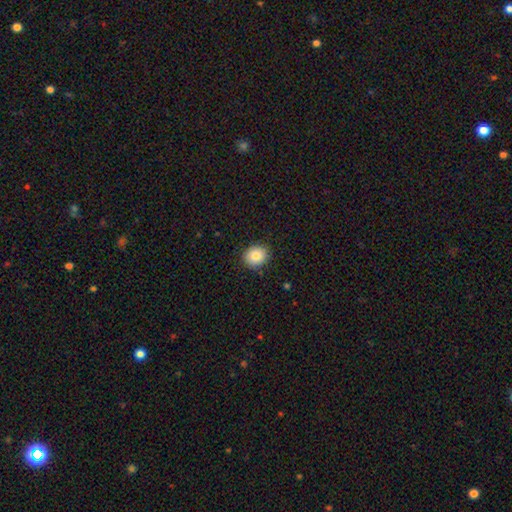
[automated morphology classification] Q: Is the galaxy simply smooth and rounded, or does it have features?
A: smooth — 83%.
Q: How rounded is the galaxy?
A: round — 71%.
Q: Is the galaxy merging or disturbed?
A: none — 88%.